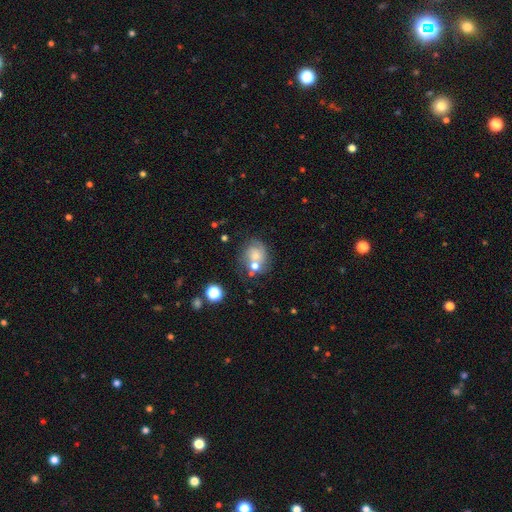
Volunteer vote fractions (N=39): Smooth or featured?
  - smooth: 54% *
  - featured or disk: 41%
  - star or artifact: 5%
How rounded?
  - round: 81% *
  - in between: 19%
  - cigar-shaped: 0%
Merging?
  - none: 57% *
  - minor disturbance: 22%
  - merger: 19%
  - major disturbance: 3%